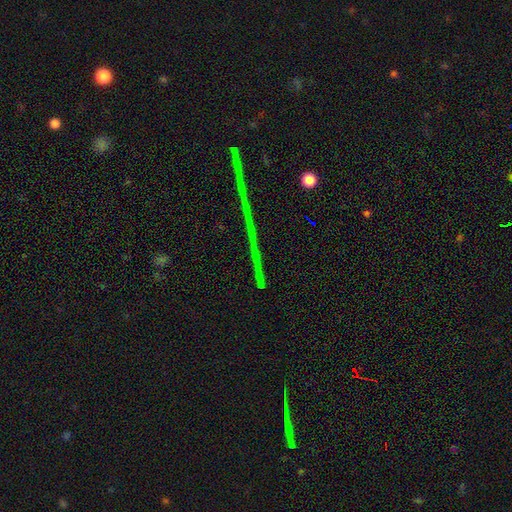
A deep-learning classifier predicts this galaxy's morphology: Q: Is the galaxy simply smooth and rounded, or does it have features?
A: star or artifact — 81%.